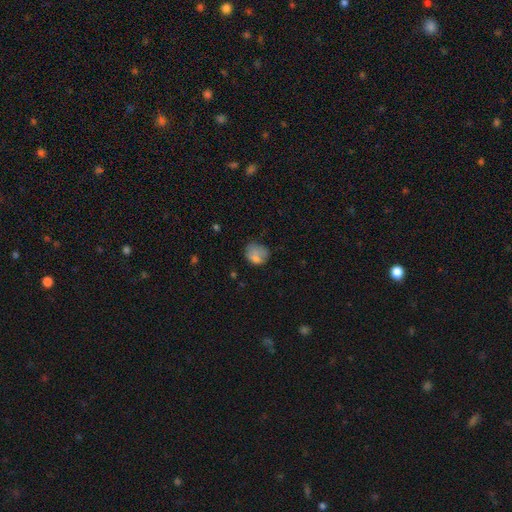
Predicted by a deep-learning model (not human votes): smooth_or_featured: smooth (p=0.73) [alt: featured or disk p=0.16]
how_rounded: round (p=0.57) [alt: in between p=0.42]
merging: none (p=0.48) [alt: minor disturbance p=0.30]